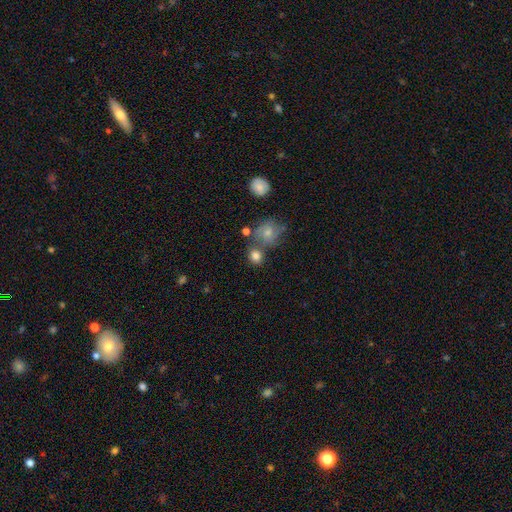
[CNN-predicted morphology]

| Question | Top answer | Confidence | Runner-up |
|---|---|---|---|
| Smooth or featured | smooth | 79% | featured or disk (11%) |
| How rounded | round | 70% | in between (29%) |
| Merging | none | 58% | merger (22%) |